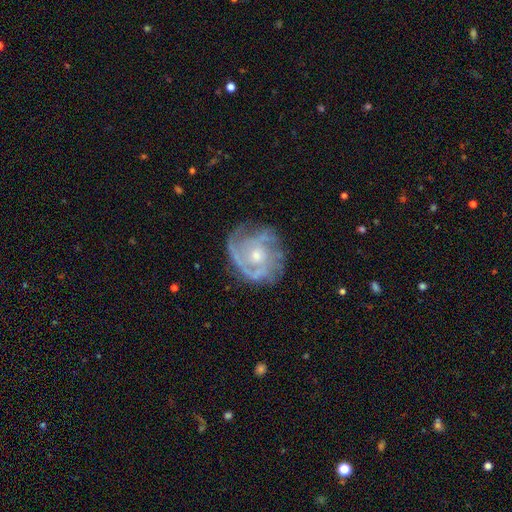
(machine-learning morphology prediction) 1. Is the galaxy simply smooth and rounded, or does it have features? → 84% featured or disk, 10% smooth, 6% star or artifact.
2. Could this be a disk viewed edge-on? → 98% no, 2% yes.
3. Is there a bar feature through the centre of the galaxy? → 77% no, 19% weak, 3% strong.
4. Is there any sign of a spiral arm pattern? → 90% yes, 10% no.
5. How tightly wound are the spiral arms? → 53% tight, 35% medium, 12% loose.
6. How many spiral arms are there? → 33% can't tell, 24% 3, 22% 2, 9% 4, 7% 1, 6% more than 4.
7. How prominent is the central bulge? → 48% small (tied), 48% moderate (tied), 2% large, 2% none, 1% dominant.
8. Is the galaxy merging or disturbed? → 65% none, 21% minor disturbance, 12% major disturbance, 2% merger.